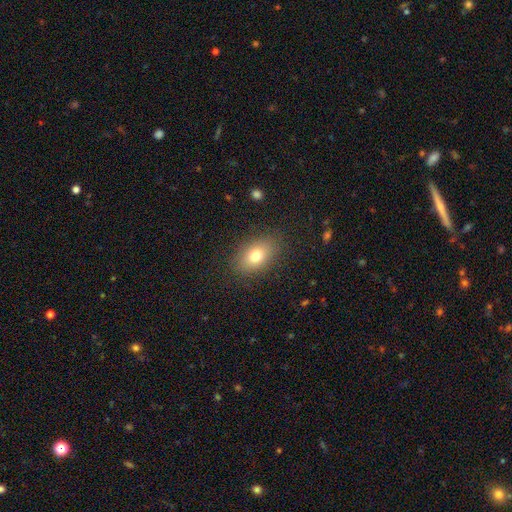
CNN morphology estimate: type=smooth (76%); roundness=in between (83%); merging=none (85%).